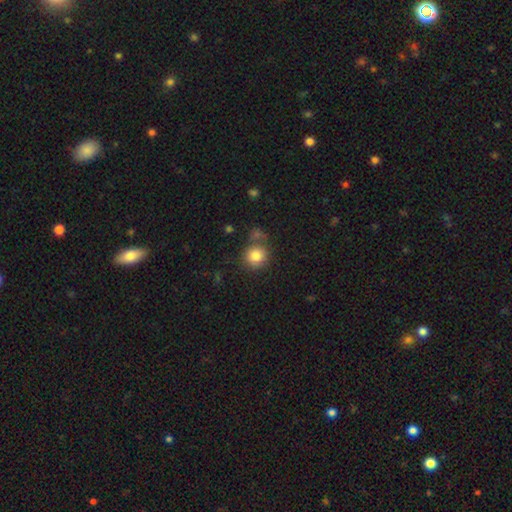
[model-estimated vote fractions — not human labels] A smooth galaxy with no disk features (83%) that is round (90%). Merging: none (68%).